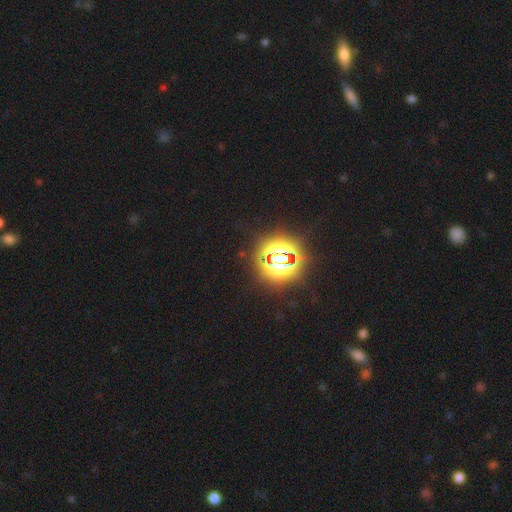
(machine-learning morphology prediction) Smooth or featured? Predicted: star or artifact (p=0.83).